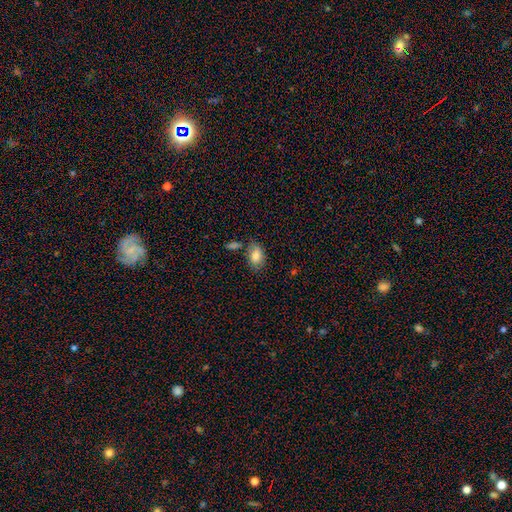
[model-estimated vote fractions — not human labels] smooth_or_featured: smooth (p=0.83) [alt: featured or disk p=0.09]
how_rounded: in between (p=0.89) [alt: round p=0.09]
merging: none (p=0.64) [alt: minor disturbance p=0.20]